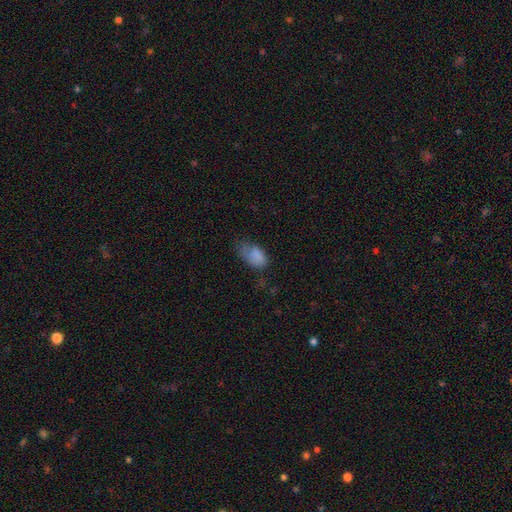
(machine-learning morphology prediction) Smooth or featured? smooth (81%)
How rounded? in between (92%)
Merging? minor disturbance (37%)